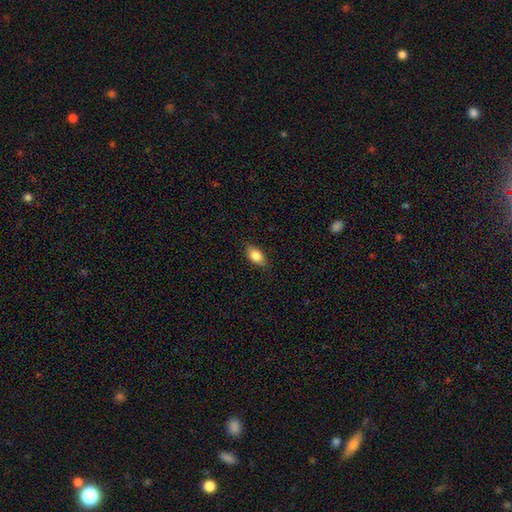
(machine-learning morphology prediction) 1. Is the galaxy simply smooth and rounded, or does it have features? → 84% smooth, 8% featured or disk, 8% star or artifact.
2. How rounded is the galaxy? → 86% in between, 11% round, 3% cigar-shaped.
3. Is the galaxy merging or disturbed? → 85% none, 11% minor disturbance, 2% major disturbance, 1% merger.